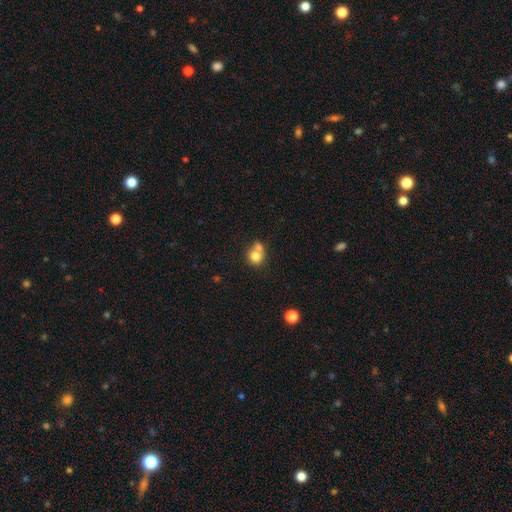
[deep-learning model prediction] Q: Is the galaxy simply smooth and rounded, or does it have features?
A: smooth — 76%.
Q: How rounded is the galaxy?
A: round — 80%.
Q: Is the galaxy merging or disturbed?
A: merger — 54%.